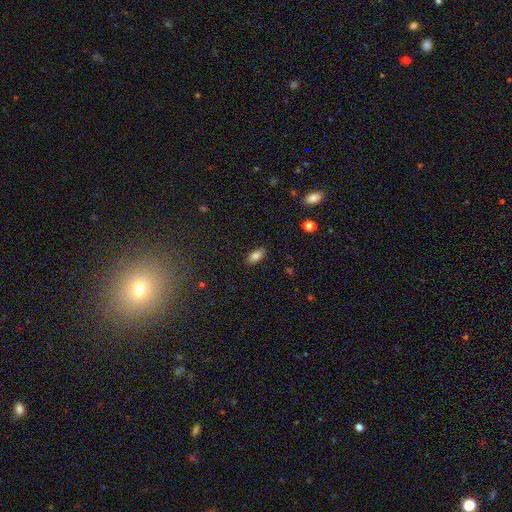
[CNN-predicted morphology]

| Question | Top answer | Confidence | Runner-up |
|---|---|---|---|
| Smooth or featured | smooth | 83% | star or artifact (9%) |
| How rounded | in between | 90% | cigar-shaped (7%) |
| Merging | none | 87% | minor disturbance (10%) |